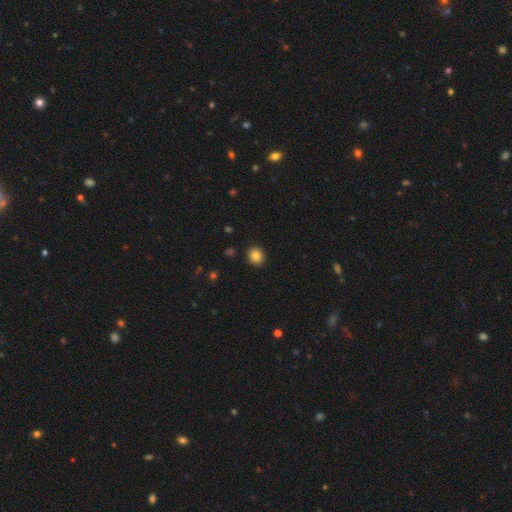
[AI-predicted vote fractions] Smooth or featured: smooth — 85% (star or artifact — 10%)
How rounded: round — 74% (in between — 25%)
Merging: none — 91% (minor disturbance — 6%)